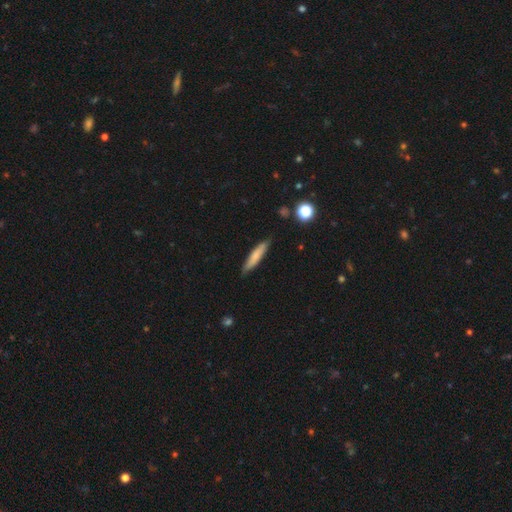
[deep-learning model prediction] This is likely a smooth galaxy (73%). How rounded: clearly cigar-shaped (87%). Merging: clearly none (84%).